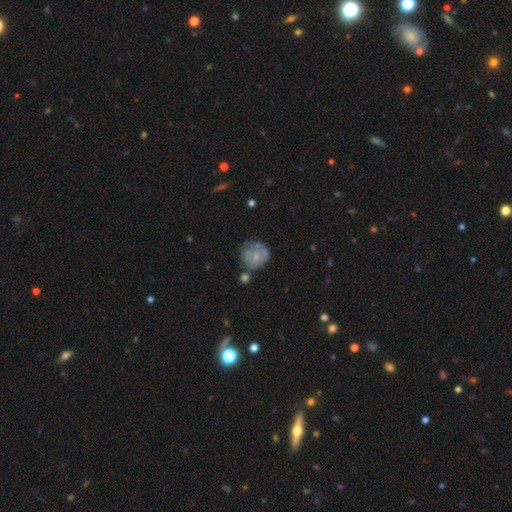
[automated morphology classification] smooth 50%, featured or disk 42%, star or artifact 8%. Down the decision tree: how rounded — round (81%); merging — none (52%).